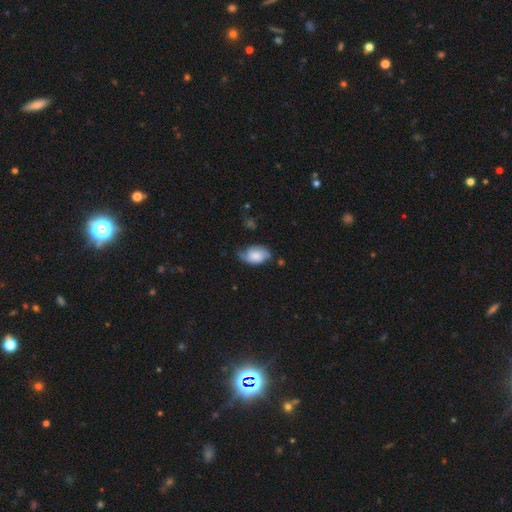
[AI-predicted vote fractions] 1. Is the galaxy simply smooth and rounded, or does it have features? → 58% smooth, 34% featured or disk, 8% star or artifact.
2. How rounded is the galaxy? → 86% in between, 12% round, 2% cigar-shaped.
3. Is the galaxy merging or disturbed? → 45% none, 38% minor disturbance, 14% major disturbance, 3% merger.